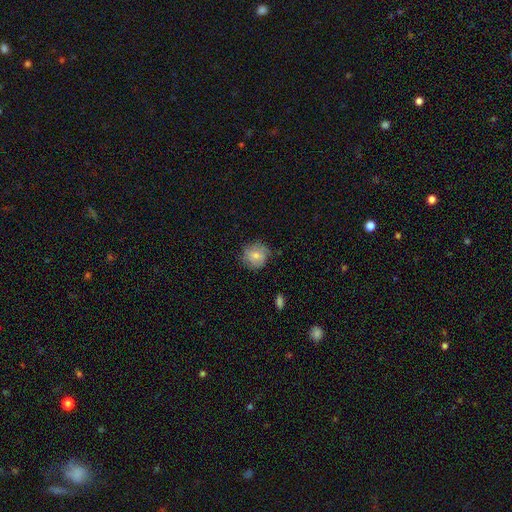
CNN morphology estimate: type=smooth (71%); roundness=round (88%); merging=none (72%).